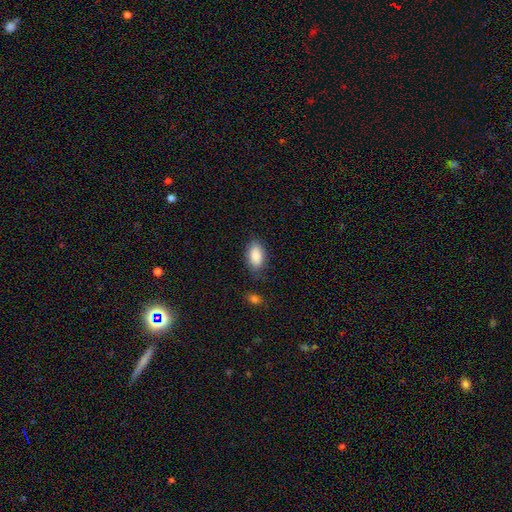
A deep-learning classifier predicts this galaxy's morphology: smooth-or-featured: smooth: 88% | star or artifact: 7% | featured or disk: 5%
  how-rounded: in between: 93% | round: 4% | cigar-shaped: 3%
  merging: none: 77% | minor disturbance: 16% | major disturbance: 4% | merger: 2%